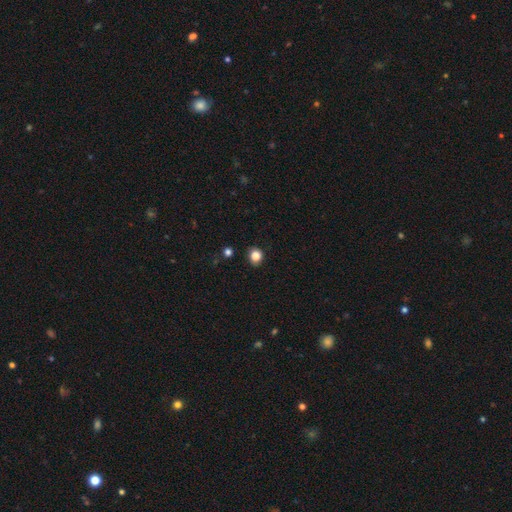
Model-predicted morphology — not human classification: Smooth or featured: smooth — 84% (star or artifact — 12%)
How rounded: round — 81% (in between — 19%)
Merging: none — 88% (minor disturbance — 9%)